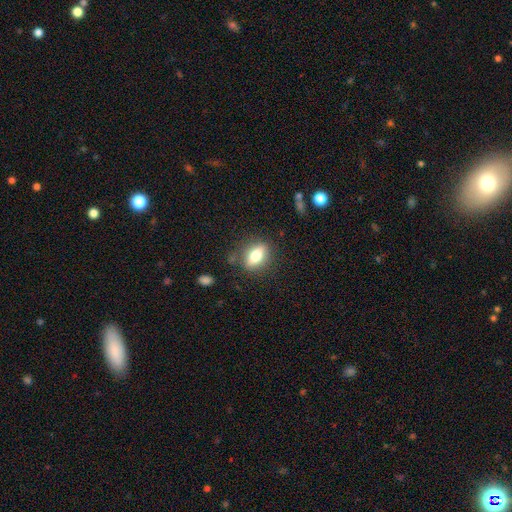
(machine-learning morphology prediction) Smooth or featured: smooth — 66% (featured or disk — 25%)
How rounded: in between — 71% (round — 16%)
Merging: none — 82% (minor disturbance — 12%)